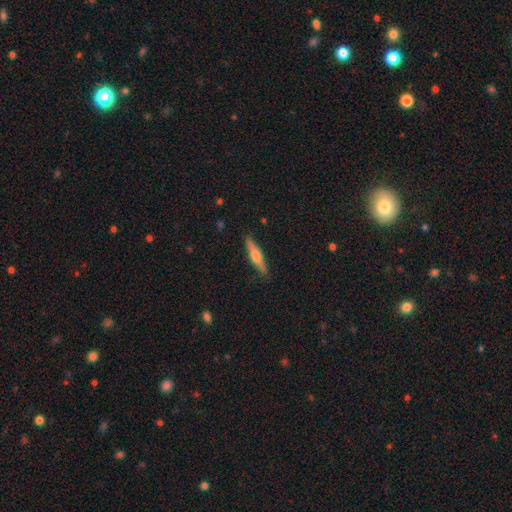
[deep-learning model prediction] This is possibly a featured or disk galaxy (55%). It is clearly viewed edge-on (96%). Edge-on bulge: clearly rounded (88%). Merging: clearly none (88%).